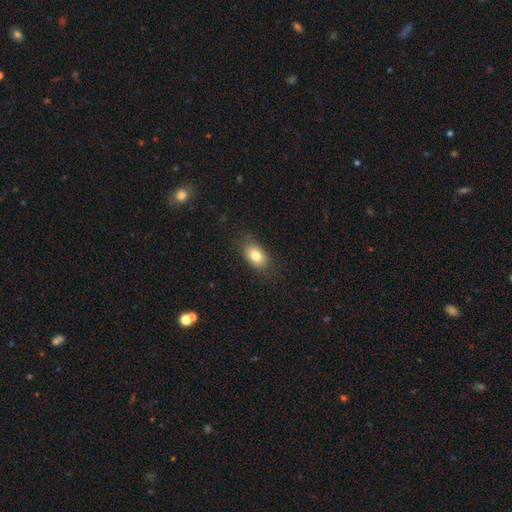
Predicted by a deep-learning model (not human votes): Q: Smooth or featured?
A: smooth (81%); runner-up: featured or disk (11%)
Q: How rounded?
A: in between (85%); runner-up: round (13%)
Q: Merging?
A: none (81%); runner-up: minor disturbance (14%)